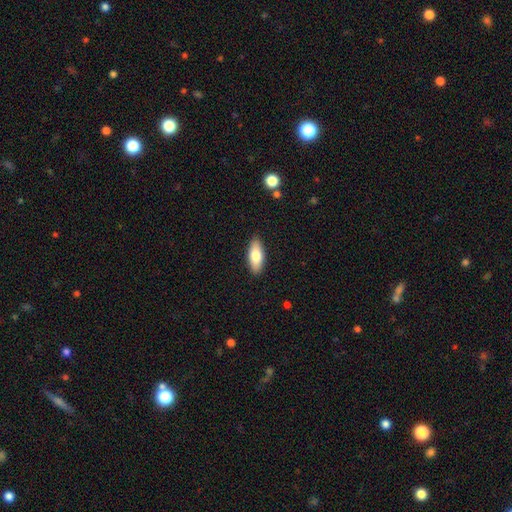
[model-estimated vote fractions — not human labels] Q: Smooth or featured?
A: smooth (77%); runner-up: featured or disk (17%)
Q: How rounded?
A: in between (77%); runner-up: cigar-shaped (21%)
Q: Merging?
A: none (89%); runner-up: minor disturbance (8%)